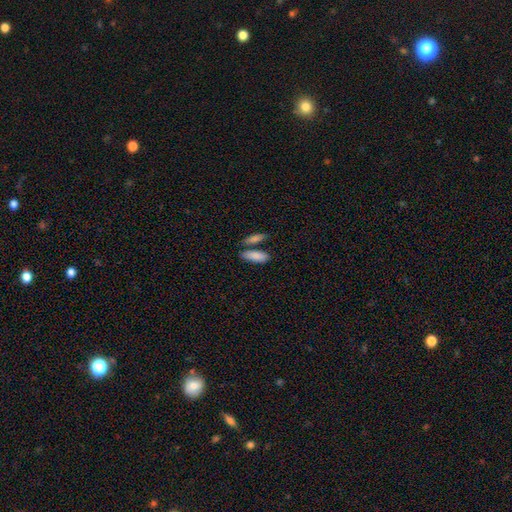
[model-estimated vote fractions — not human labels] Smooth or featured: smooth — 87% (featured or disk — 7%)
How rounded: in between — 66% (cigar-shaped — 31%)
Merging: none — 59% (merger — 25%)